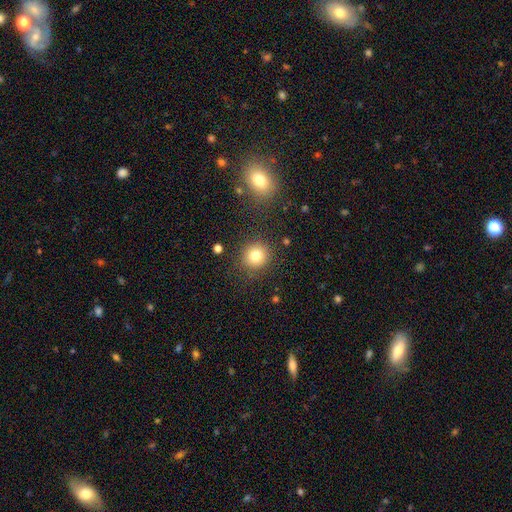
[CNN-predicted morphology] Smooth or featured? Predicted: smooth (p=0.81). How rounded? Predicted: round (p=0.89). Merging? Predicted: none (p=0.86).